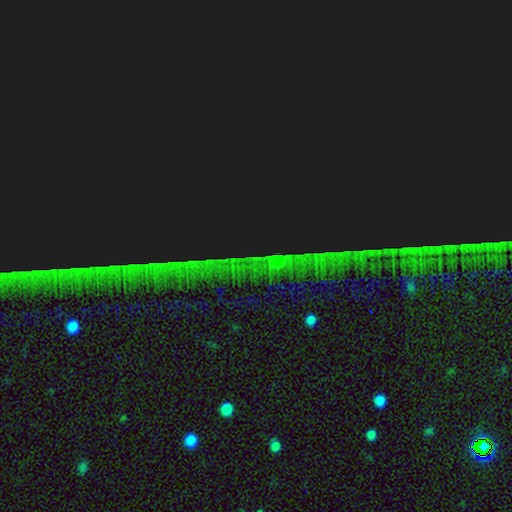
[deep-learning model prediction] A star or artifact, not a galaxy (87%).